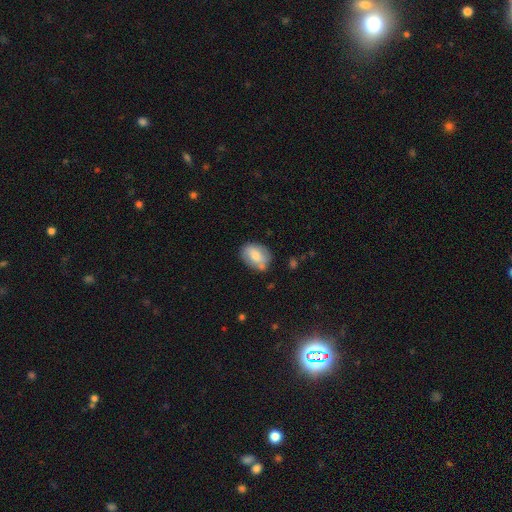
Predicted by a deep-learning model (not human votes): Smooth or featured? Predicted: smooth (p=0.73). How rounded? Predicted: in between (p=0.75). Merging? Predicted: none (p=0.68).